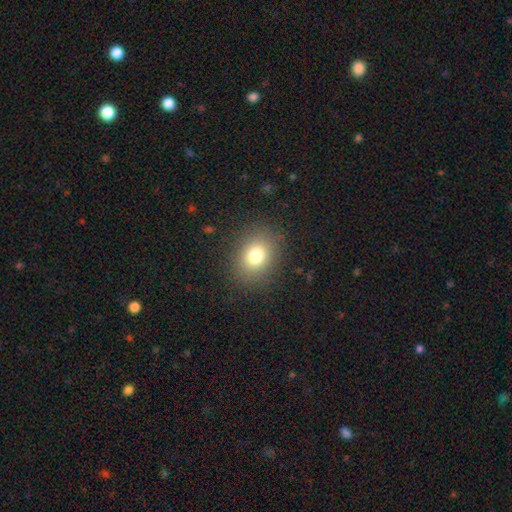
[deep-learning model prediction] Overall: smooth (78%). How rounded: round (51%; in between 48%). Merging: none (86%).